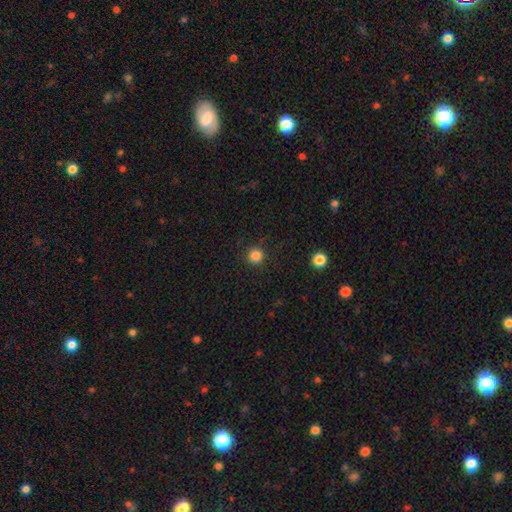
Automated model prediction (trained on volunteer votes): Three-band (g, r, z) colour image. It shows a smooth galaxy with no disk features (84%) that is round (96%). Merging: none (91%).